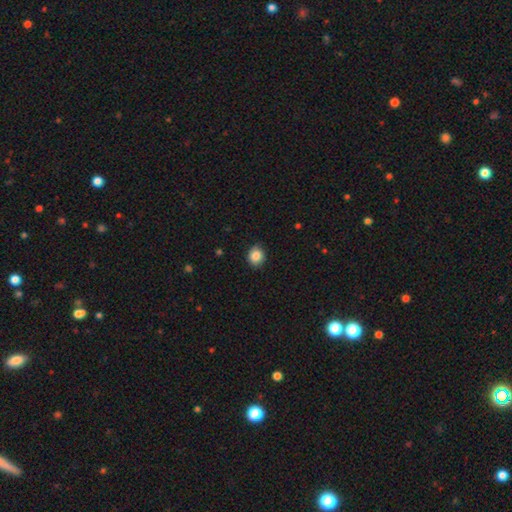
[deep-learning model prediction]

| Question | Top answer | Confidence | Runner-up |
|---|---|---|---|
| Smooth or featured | smooth | 86% | star or artifact (9%) |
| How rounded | round | 74% | in between (25%) |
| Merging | none | 84% | minor disturbance (13%) |